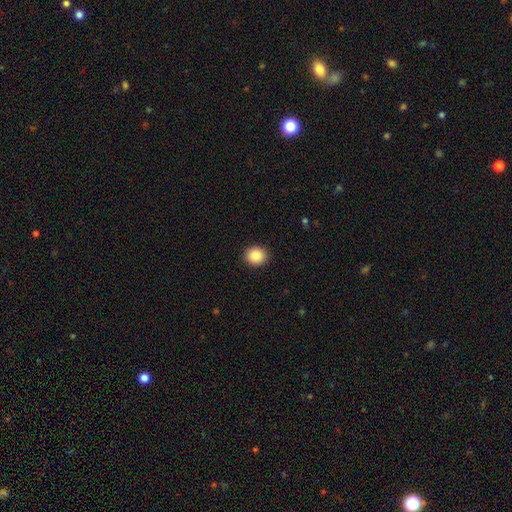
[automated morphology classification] This appears to be a smooth galaxy with no disk features (87%) that is round (77%). Merging: none (92%).